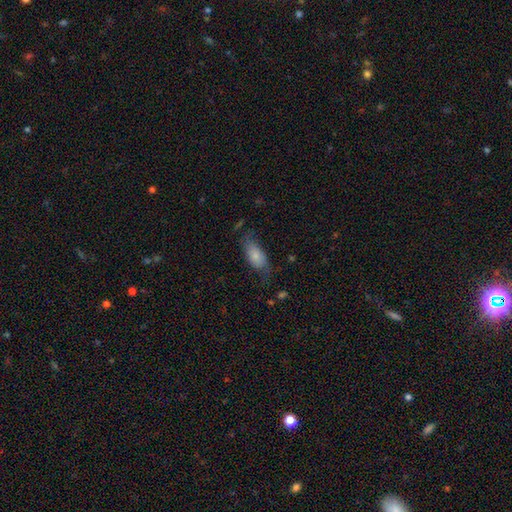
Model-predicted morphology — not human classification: A smooth galaxy with no disk features (73%) that is in between round and cigar-shaped (89%). Merging: none (52%).